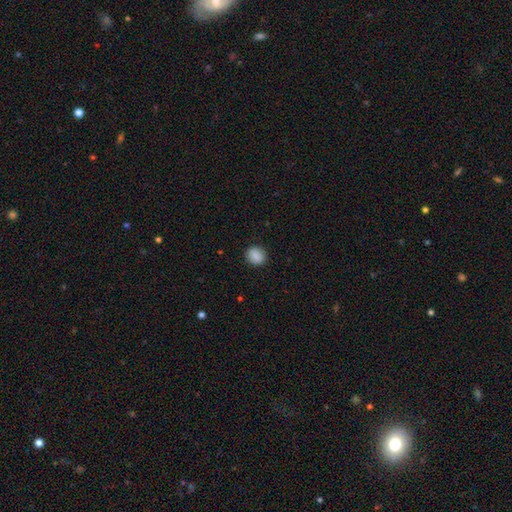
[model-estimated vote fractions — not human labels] A smooth galaxy with no disk features (87%) that is round (76%). Merging: none (89%).